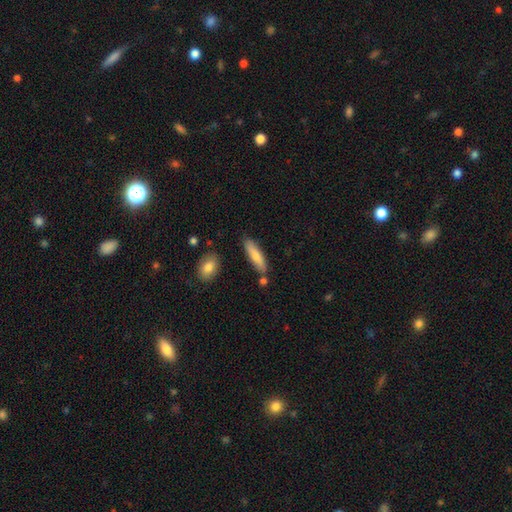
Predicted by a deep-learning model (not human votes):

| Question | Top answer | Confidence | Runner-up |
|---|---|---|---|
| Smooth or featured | smooth | 74% | featured or disk (20%) |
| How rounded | cigar-shaped | 70% | in between (28%) |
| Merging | none | 78% | minor disturbance (13%) |